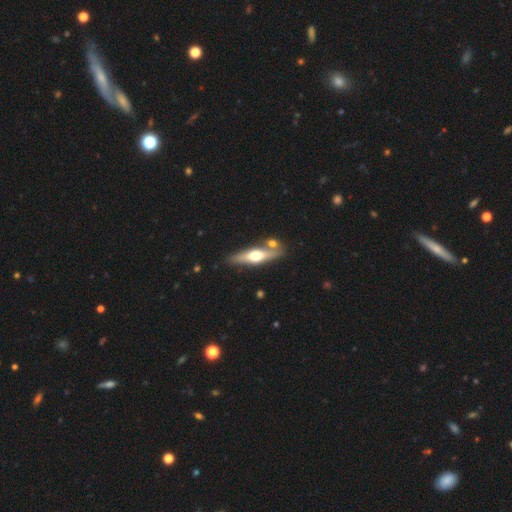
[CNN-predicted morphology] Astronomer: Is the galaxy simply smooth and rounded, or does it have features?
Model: featured or disk — 59% (runner-up: smooth, 35%).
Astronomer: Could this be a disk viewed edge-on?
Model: yes — 91%.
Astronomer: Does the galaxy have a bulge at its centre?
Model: rounded — 94%.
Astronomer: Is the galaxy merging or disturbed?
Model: none — 73%.